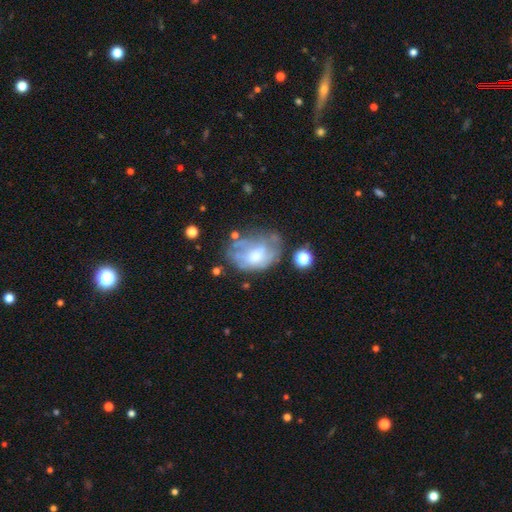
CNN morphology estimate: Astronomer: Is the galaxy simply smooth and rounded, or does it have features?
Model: featured or disk — 50% (runner-up: smooth, 39%).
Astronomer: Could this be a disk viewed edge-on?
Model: no — 96%.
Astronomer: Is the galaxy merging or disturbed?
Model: none — 39% (runner-up: major disturbance, 28%).